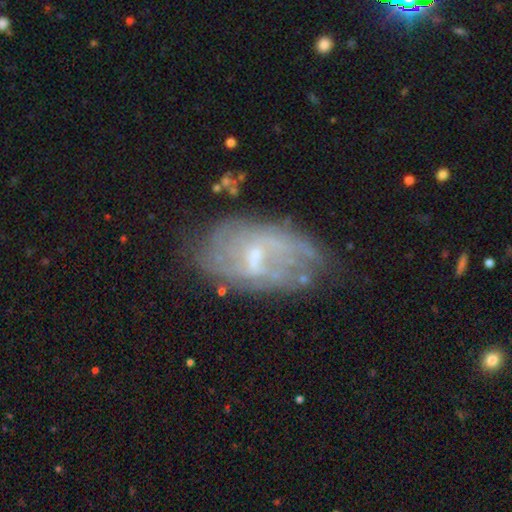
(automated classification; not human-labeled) A featured or disk galaxy (69%) with a weak bar (56%), spiral arms (64%) and a small central bulge (58%). Merging: none (62%).